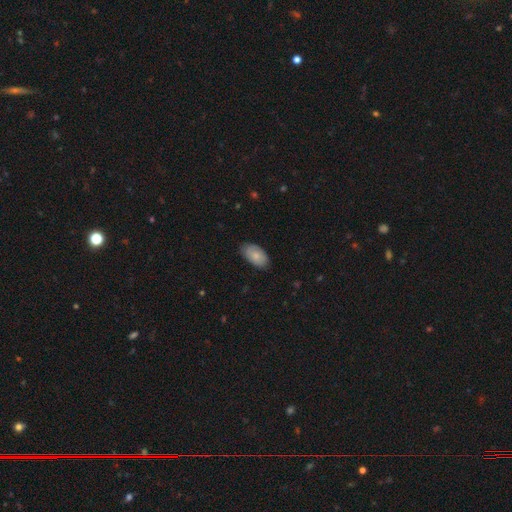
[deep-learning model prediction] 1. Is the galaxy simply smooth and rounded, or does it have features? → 80% smooth, 14% featured or disk, 6% star or artifact.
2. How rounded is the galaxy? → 94% in between, 4% round, 2% cigar-shaped.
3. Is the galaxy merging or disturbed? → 80% none, 16% minor disturbance, 3% major disturbance, 1% merger.